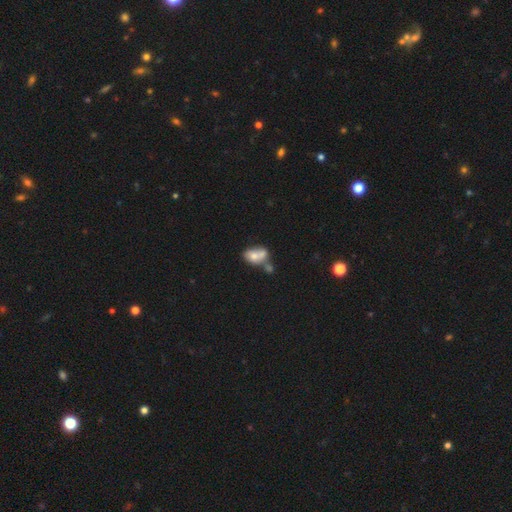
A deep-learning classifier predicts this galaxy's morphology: A smooth galaxy with no disk features (66%) that is in between round and cigar-shaped (78%).

Vote fractions:
- Smooth or featured? smooth: 66% / featured or disk: 24% / star or artifact: 9%
- How rounded? in between: 78% / round: 20% / cigar-shaped: 2%
- Merging? merger: 57% / none: 24% / minor disturbance: 12% / major disturbance: 7%